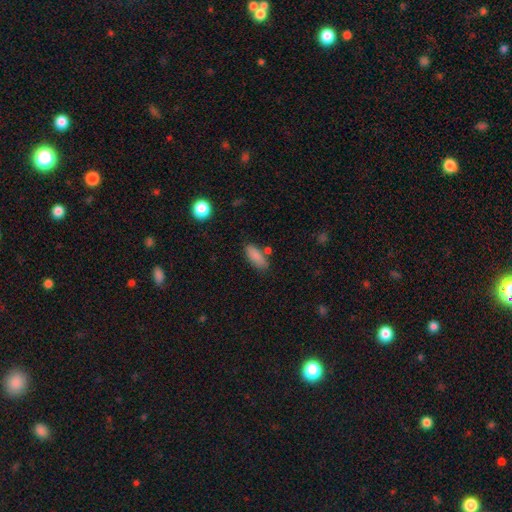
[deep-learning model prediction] The model was most divided on "how rounded": in between: 77%, cigar-shaped: 21%, round: 3%. More confident: smooth or featured — smooth (86%); merging — none (72%).